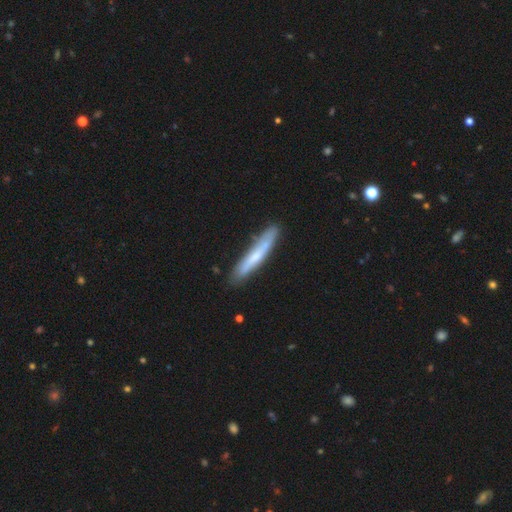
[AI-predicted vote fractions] This is possibly a smooth galaxy (54%). How rounded: clearly cigar-shaped (93%). Merging: clearly none (80%).